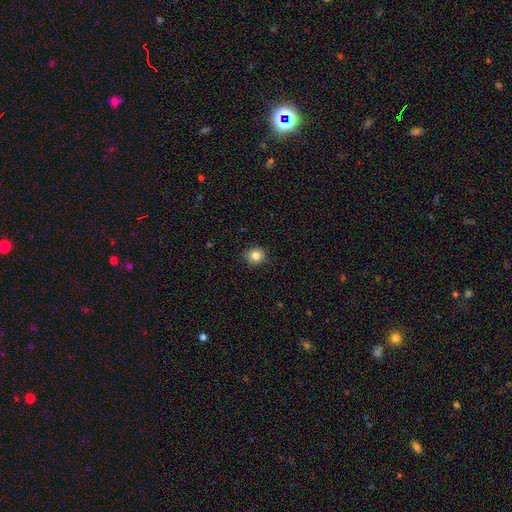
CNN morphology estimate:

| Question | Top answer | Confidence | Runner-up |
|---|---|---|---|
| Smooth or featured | smooth | 84% | star or artifact (10%) |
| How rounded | round | 87% | in between (12%) |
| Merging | none | 89% | minor disturbance (8%) |